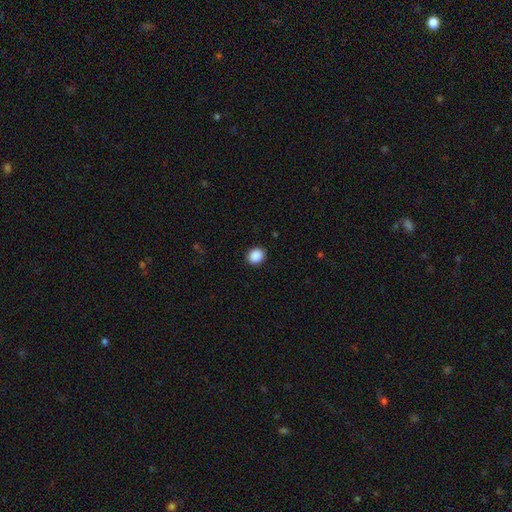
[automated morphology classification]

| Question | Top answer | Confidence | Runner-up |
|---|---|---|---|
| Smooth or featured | smooth | 89% | star or artifact (8%) |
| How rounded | round | 70% | in between (30%) |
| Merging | none | 91% | minor disturbance (6%) |